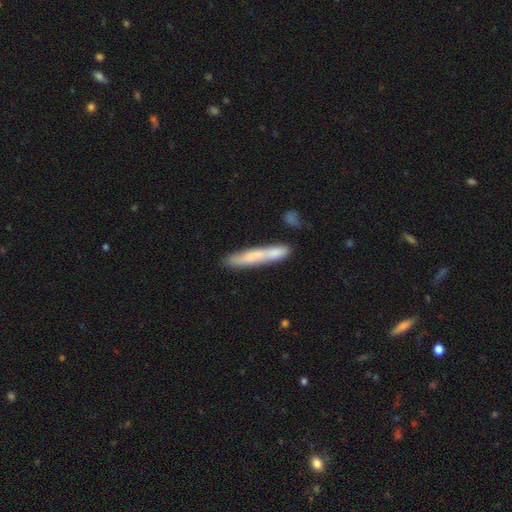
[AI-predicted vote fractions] Smooth or featured?
  - smooth: 63% *
  - featured or disk: 30%
  - star or artifact: 7%
How rounded?
  - cigar-shaped: 93% *
  - in between: 5%
  - round: 2%
Merging?
  - none: 67% *
  - minor disturbance: 16%
  - merger: 13%
  - major disturbance: 4%